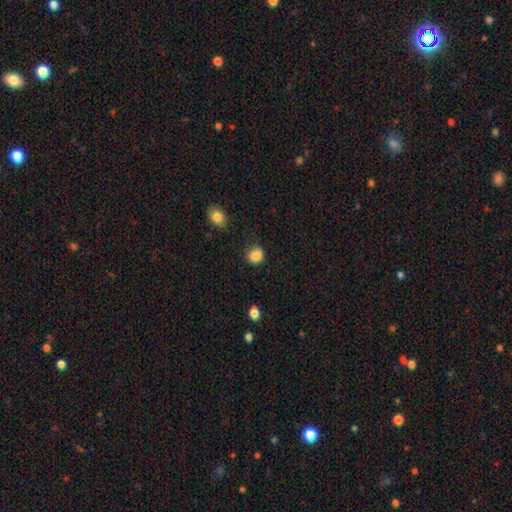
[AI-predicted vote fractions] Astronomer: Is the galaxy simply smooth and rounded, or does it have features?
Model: smooth — 85%.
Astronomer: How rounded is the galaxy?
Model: round — 69%.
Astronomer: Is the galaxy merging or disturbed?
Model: none — 61%.